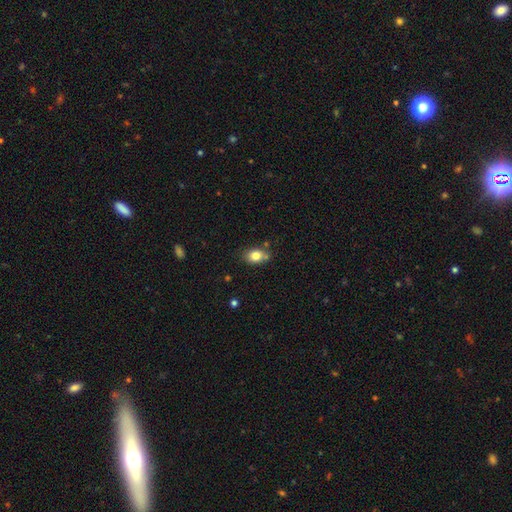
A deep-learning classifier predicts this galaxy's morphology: Overall: smooth (80%). How rounded: in between (68%; round 31%). Merging: none (71%).